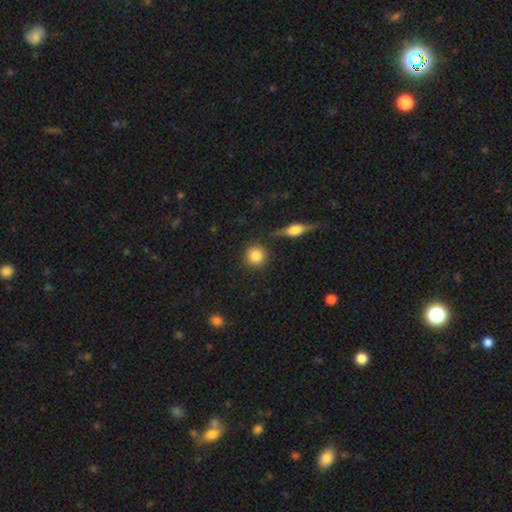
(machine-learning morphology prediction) A smooth galaxy with no disk features (84%) that is round (92%). Merging: none (84%).